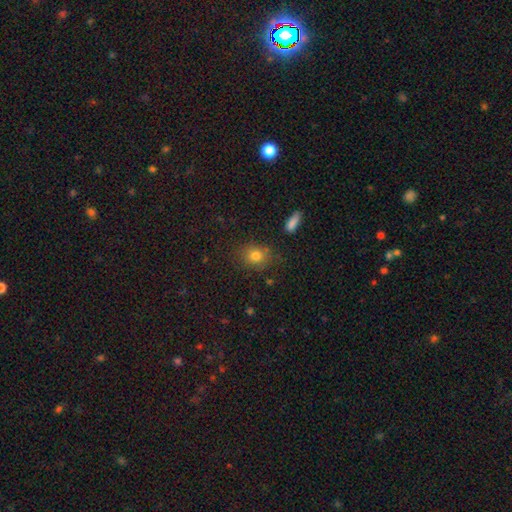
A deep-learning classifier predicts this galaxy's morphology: Smooth or featured? Predicted: smooth (p=0.80). How rounded? Predicted: round (p=0.64). Merging? Predicted: none (p=0.78).